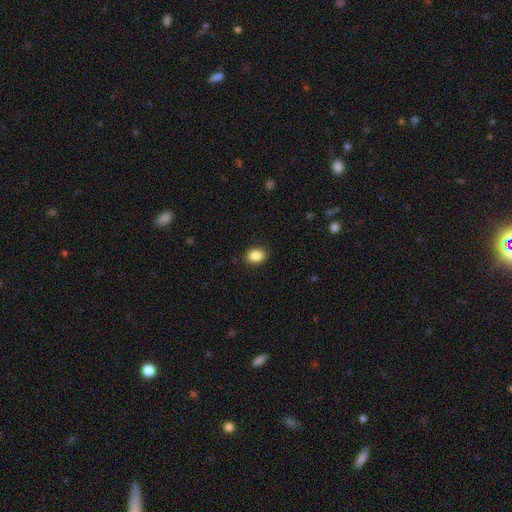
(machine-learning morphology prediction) The model was most divided on "how rounded": in between: 62%, round: 37%, cigar-shaped: 1%. More confident: merging — none (89%); smooth or featured — smooth (87%).